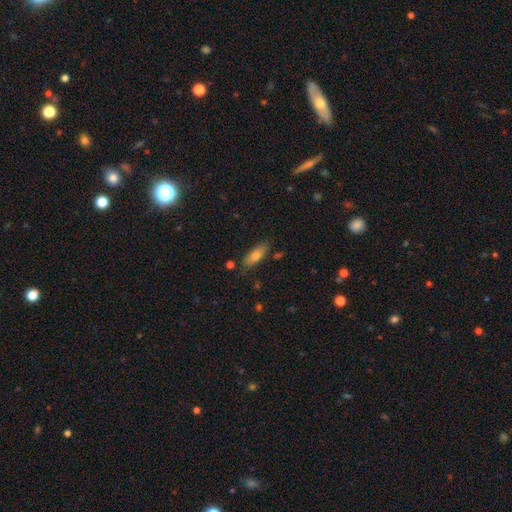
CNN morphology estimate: smooth-or-featured: smooth: 72% | featured or disk: 20% | star or artifact: 8%
  how-rounded: in between: 70% | cigar-shaped: 27% | round: 3%
  merging: none: 78% | minor disturbance: 15% | merger: 3% | major disturbance: 3%